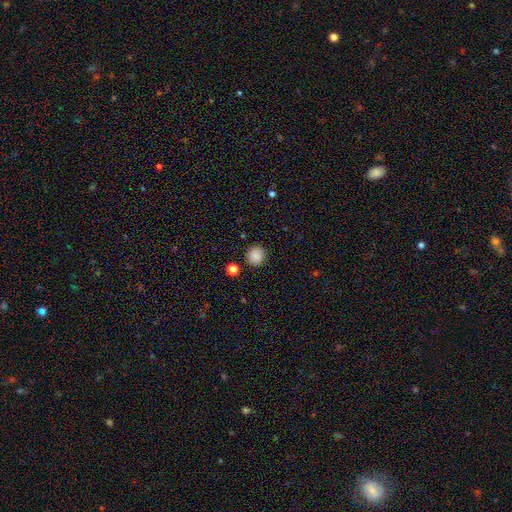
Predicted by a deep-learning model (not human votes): A smooth galaxy with no disk features (86%) that is round (90%).

Vote fractions:
- Smooth or featured? smooth: 86% / star or artifact: 10% / featured or disk: 4%
- How rounded? round: 90% / in between: 9% / cigar-shaped: 1%
- Merging? none: 87% / minor disturbance: 9% / major disturbance: 2% / merger: 2%